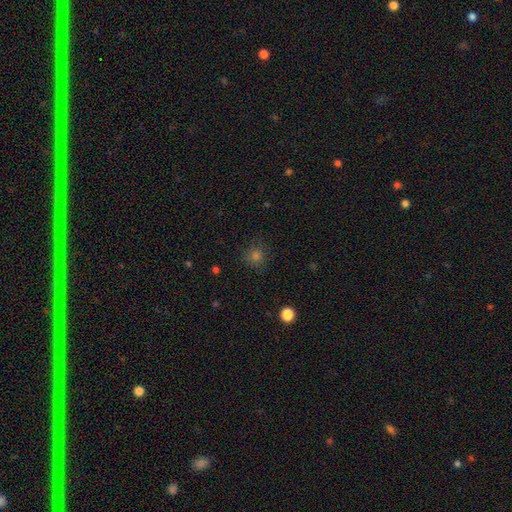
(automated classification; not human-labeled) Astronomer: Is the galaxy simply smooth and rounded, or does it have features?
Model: smooth — 72%.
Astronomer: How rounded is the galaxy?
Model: round — 91%.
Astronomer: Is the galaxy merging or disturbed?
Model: none — 86%.